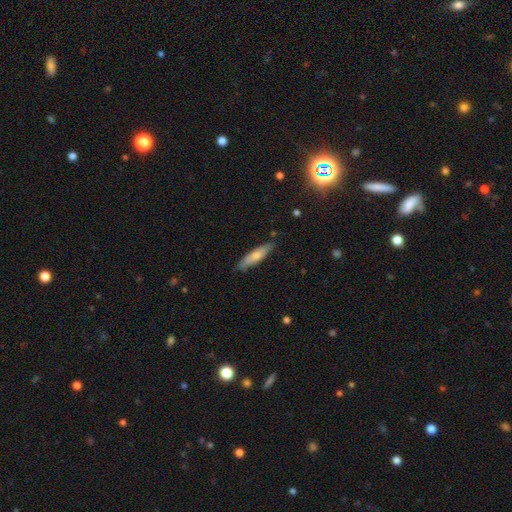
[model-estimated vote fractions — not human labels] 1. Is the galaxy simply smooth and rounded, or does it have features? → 66% smooth, 28% featured or disk, 5% star or artifact.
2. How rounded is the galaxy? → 75% cigar-shaped, 24% in between, 2% round.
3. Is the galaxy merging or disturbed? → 80% none, 16% minor disturbance, 2% major disturbance, 2% merger.